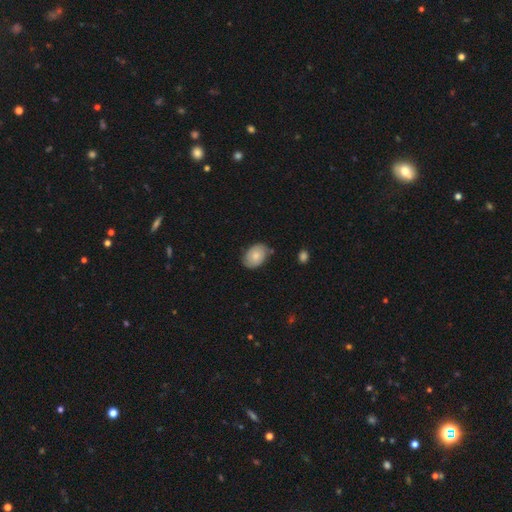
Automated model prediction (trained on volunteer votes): smooth_or_featured: smooth (p=0.74) [alt: featured or disk p=0.20]
how_rounded: in between (p=0.82) [alt: round p=0.17]
merging: none (p=0.75) [alt: minor disturbance p=0.19]